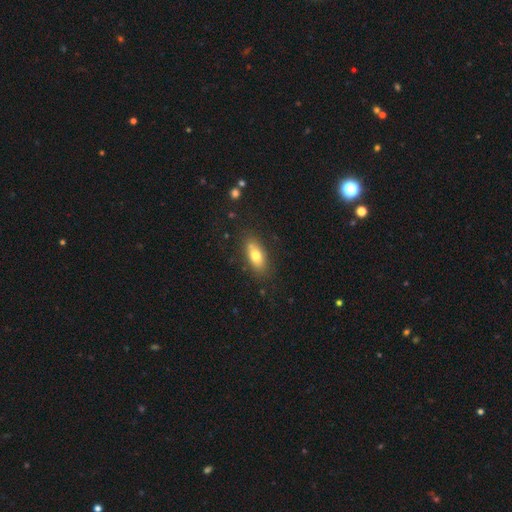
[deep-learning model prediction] Q: Smooth or featured?
A: smooth (73%); runner-up: featured or disk (20%)
Q: How rounded?
A: in between (83%); runner-up: cigar-shaped (12%)
Q: Merging?
A: none (80%); runner-up: minor disturbance (14%)